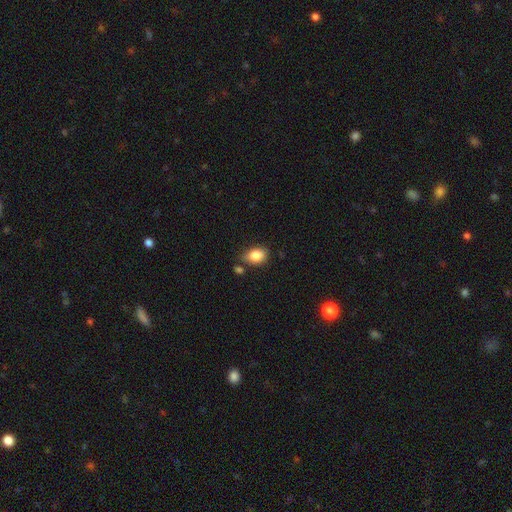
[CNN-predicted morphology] Smooth or featured? smooth (84%)
How rounded? in between (77%)
Merging? none (68%)